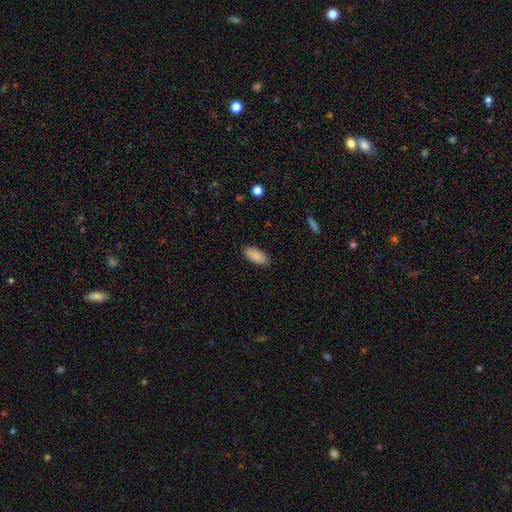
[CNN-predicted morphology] smooth_or_featured: smooth (p=0.90) [alt: star or artifact p=0.06]
how_rounded: in between (p=0.89) [alt: cigar-shaped p=0.10]
merging: none (p=0.88) [alt: minor disturbance p=0.09]